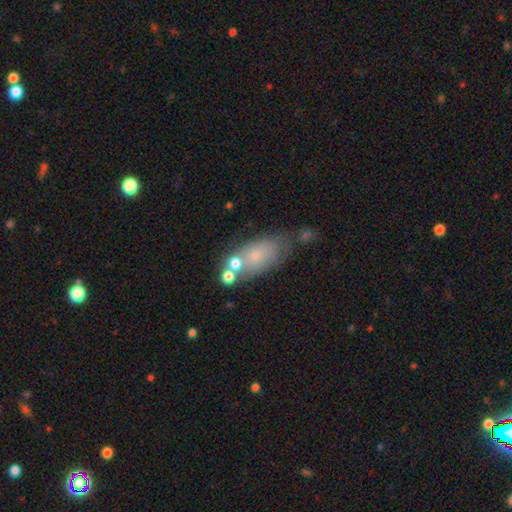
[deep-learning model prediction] This is possibly a smooth galaxy (58%). How rounded: clearly in between (82%). Merging: possibly none (47%).